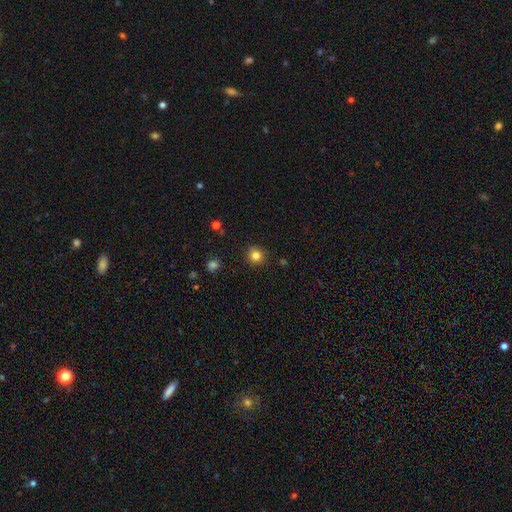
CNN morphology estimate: Smooth or featured? smooth (81%)
How rounded? round (92%)
Merging? none (90%)